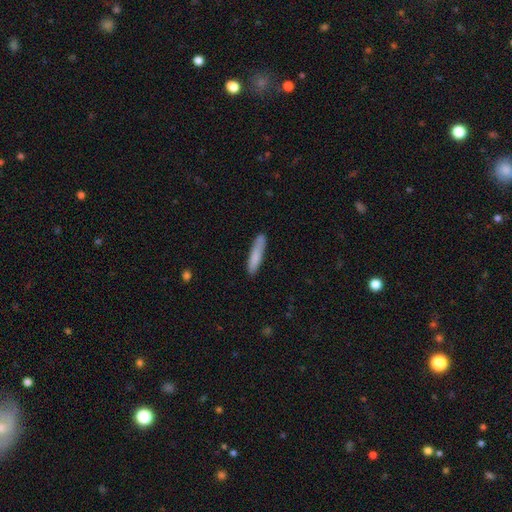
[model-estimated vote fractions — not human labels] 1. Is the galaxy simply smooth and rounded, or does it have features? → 80% smooth, 14% featured or disk, 6% star or artifact.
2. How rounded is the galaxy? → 87% cigar-shaped, 12% in between, 1% round.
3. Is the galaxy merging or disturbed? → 81% none, 14% minor disturbance, 3% major disturbance, 2% merger.